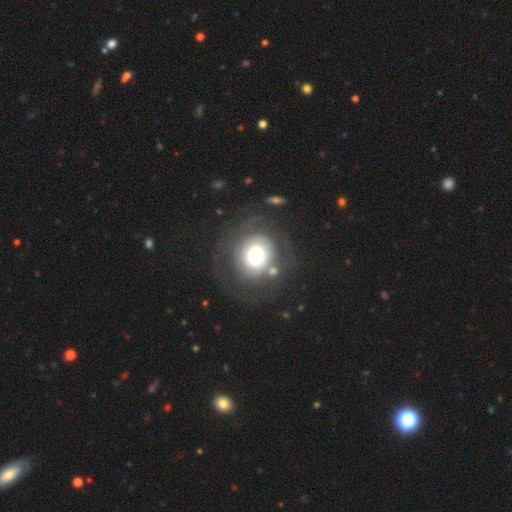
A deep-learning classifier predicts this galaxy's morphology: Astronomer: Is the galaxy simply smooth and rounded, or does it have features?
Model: featured or disk — 46% (runner-up: smooth, 44%).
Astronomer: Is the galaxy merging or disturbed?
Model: none — 60%.